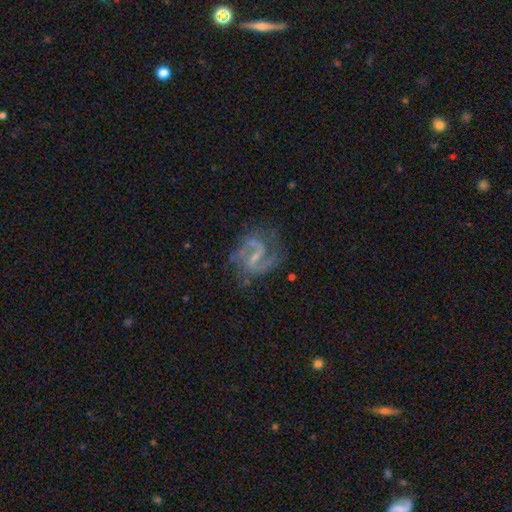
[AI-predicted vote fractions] This appears to be a featured or disk galaxy (89%) with a weak bar (54%), 2 (90%) medium (60%) spiral arms (97%) and a small central bulge (56%). Merging: none (69%).